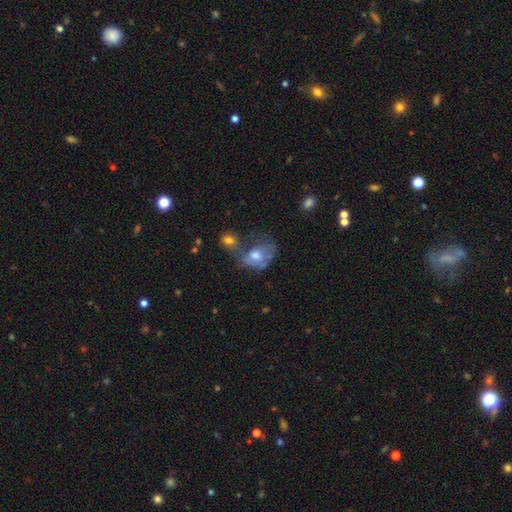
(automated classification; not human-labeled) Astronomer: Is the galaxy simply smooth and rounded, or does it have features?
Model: smooth — 49% (runner-up: featured or disk, 41%).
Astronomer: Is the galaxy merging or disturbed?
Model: merger — 41% (runner-up: major disturbance, 24%).